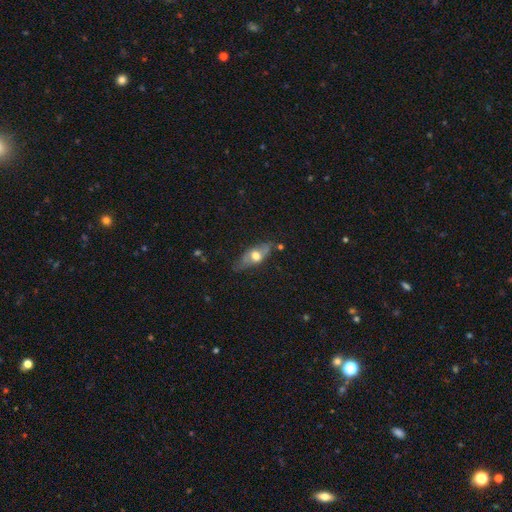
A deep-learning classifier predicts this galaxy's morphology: type=smooth (48%); merging=none (68%).